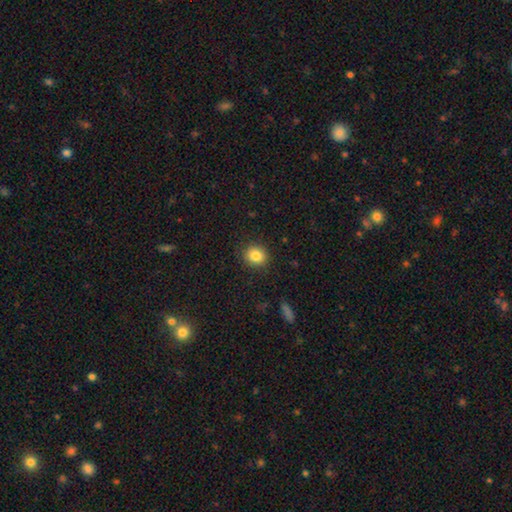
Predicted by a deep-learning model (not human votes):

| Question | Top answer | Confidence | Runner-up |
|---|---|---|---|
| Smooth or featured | smooth | 84% | star or artifact (10%) |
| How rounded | round | 77% | in between (22%) |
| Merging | none | 89% | minor disturbance (8%) |